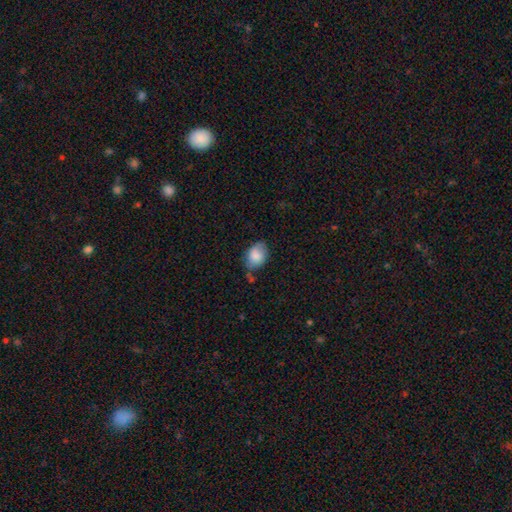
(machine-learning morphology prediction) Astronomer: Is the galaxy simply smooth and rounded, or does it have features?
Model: smooth — 82%.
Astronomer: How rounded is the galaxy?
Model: in between — 76%.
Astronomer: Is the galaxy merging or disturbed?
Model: none — 62%.